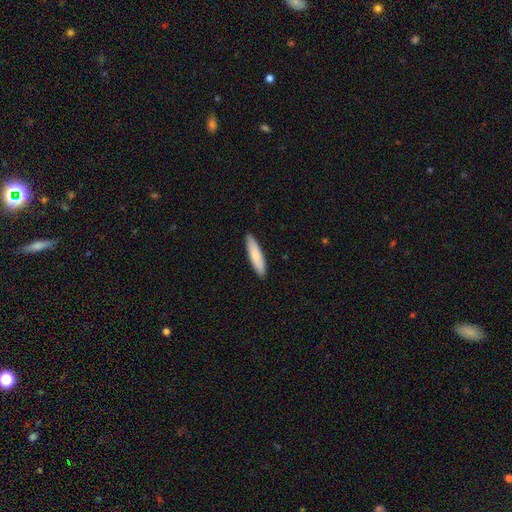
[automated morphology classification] A smooth galaxy with no disk features (82%) that is cigar-shaped (80%).

Vote fractions:
- Smooth or featured? smooth: 82% / featured or disk: 13% / star or artifact: 5%
- How rounded? cigar-shaped: 80% / in between: 19% / round: 1%
- Merging? none: 91% / minor disturbance: 7% / major disturbance: 1% / merger: 1%